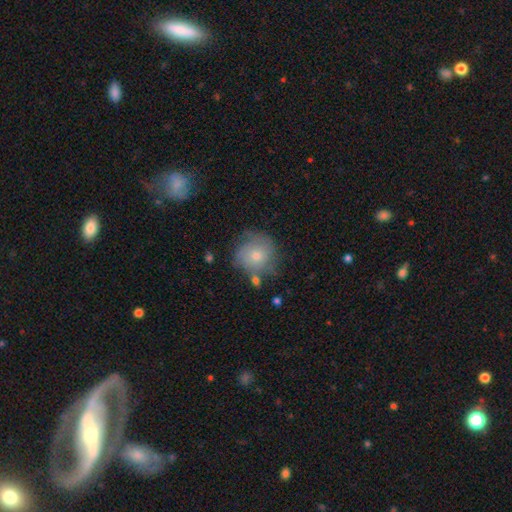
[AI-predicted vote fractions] smooth_or_featured: smooth (p=0.61) [alt: featured or disk p=0.30]
how_rounded: round (p=0.86) [alt: in between p=0.13]
merging: none (p=0.57) [alt: minor disturbance p=0.27]